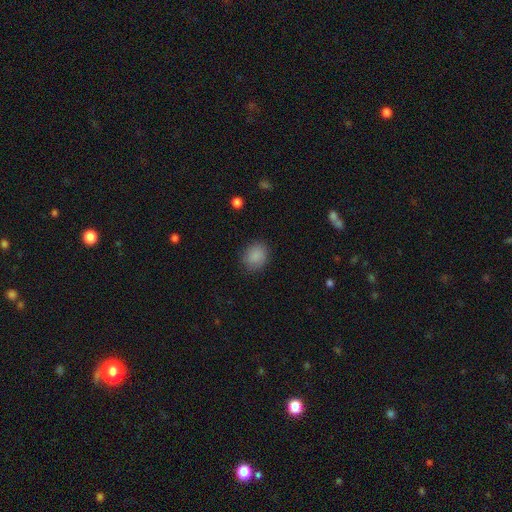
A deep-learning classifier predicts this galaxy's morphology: Smooth or featured?
  - smooth: 87% *
  - star or artifact: 9%
  - featured or disk: 4%
How rounded?
  - round: 66% *
  - in between: 33%
  - cigar-shaped: 1%
Merging?
  - none: 86% *
  - minor disturbance: 10%
  - major disturbance: 3%
  - merger: 1%